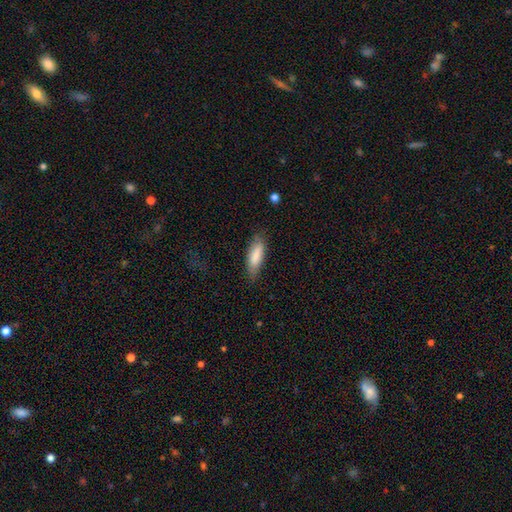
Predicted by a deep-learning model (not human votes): Morphology: type=smooth (81%); roundness=in between (53%); merging=none (69%).